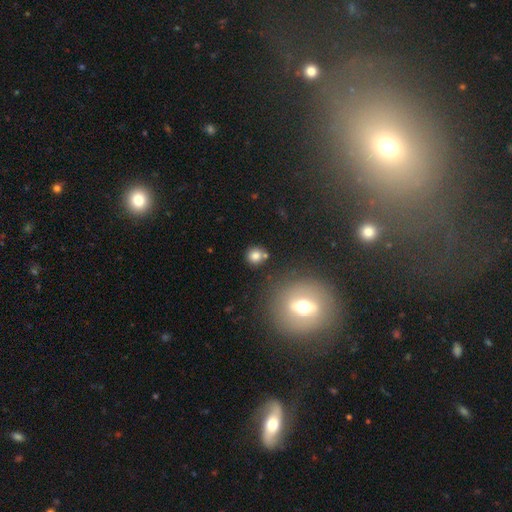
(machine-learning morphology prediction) smooth_or_featured: smooth (p=0.77) [alt: star or artifact p=0.15]
how_rounded: round (p=0.88) [alt: in between p=0.11]
merging: none (p=0.75) [alt: merger p=0.11]